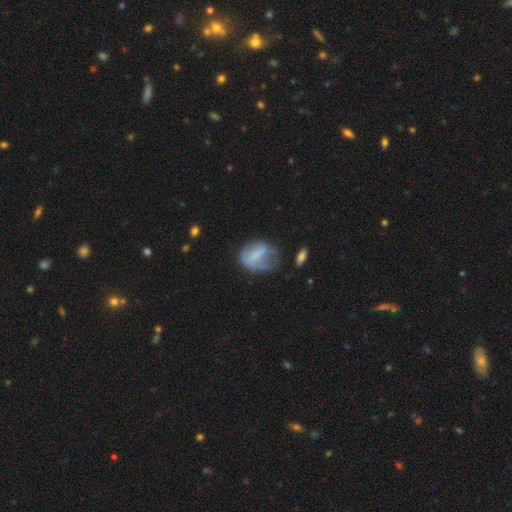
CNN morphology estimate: Q: Smooth or featured?
A: smooth (58%); runner-up: featured or disk (33%)
Q: How rounded?
A: in between (62%); runner-up: round (34%)
Q: Merging?
A: none (36%); runner-up: minor disturbance (31%)